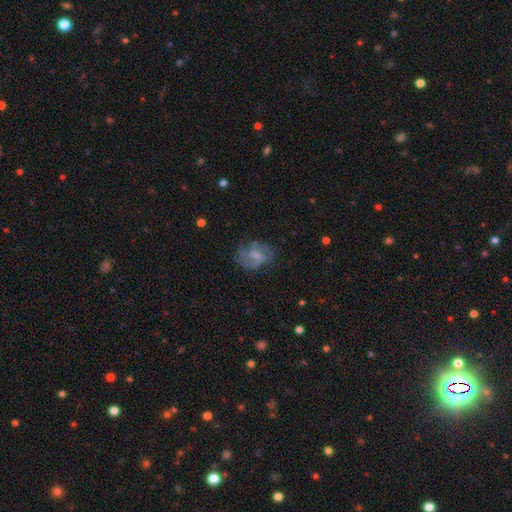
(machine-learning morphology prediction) smooth_or_featured: featured or disk (p=0.53) [alt: smooth p=0.37]
disk_edge_on: no (p=0.97) [alt: yes p=0.03]
bar: weak (p=0.49) [alt: no p=0.36]
has_spiral_arms: yes (p=0.59) [alt: no p=0.41]
bulge_size: none (p=0.34) [tied with: small p=0.34]
merging: none (p=0.49) [alt: major disturbance p=0.25]